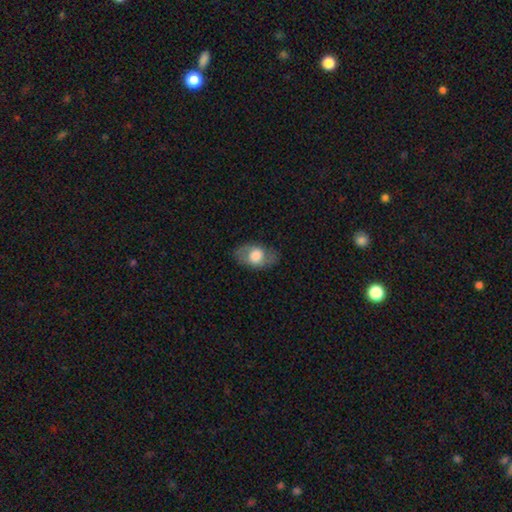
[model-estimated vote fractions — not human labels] Q: Smooth or featured?
A: smooth (59%); runner-up: featured or disk (35%)
Q: How rounded?
A: in between (84%); runner-up: round (14%)
Q: Merging?
A: none (78%); runner-up: minor disturbance (15%)